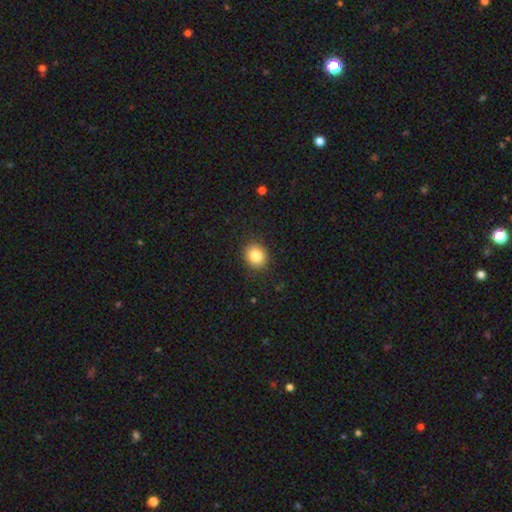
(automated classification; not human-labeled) This appears to be a smooth galaxy with no disk features (85%) that is round (71%). Merging: none (88%).